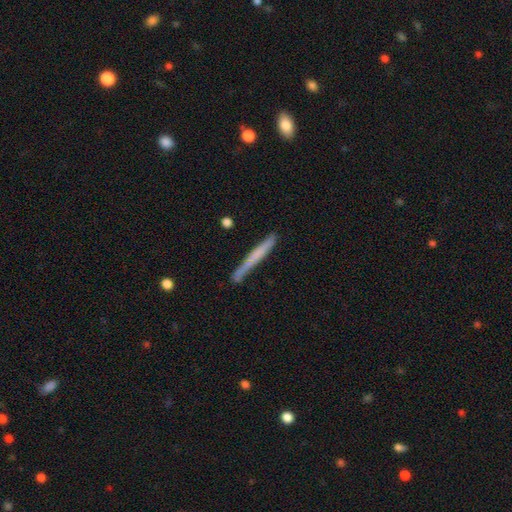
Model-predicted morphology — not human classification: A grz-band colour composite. It shows a smooth galaxy with no disk features (50%) that is cigar-shaped (96%). Merging: none (77%).